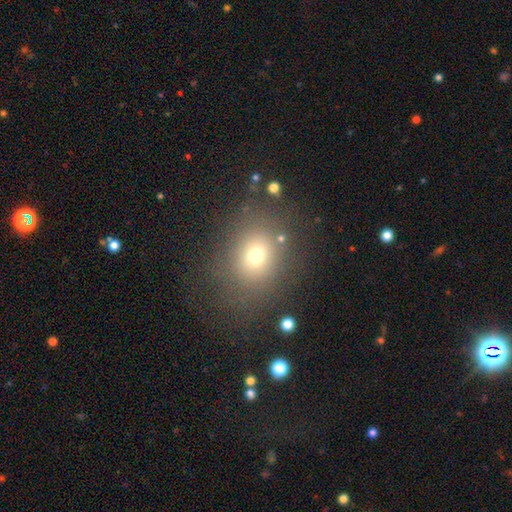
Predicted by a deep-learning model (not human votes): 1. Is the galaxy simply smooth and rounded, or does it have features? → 70% smooth, 18% star or artifact, 12% featured or disk.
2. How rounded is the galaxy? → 61% round, 38% in between, 1% cigar-shaped.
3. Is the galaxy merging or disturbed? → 78% none, 12% minor disturbance, 7% major disturbance, 3% merger.